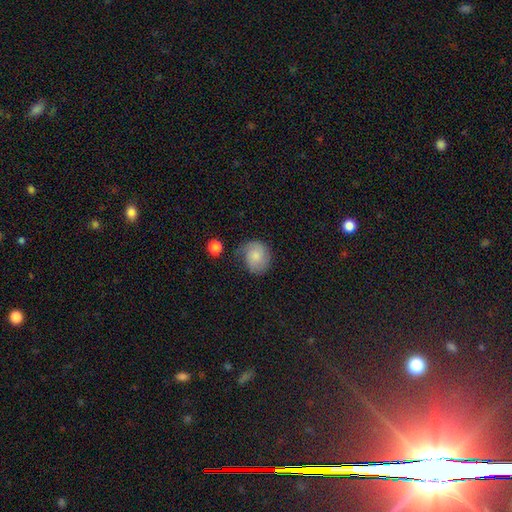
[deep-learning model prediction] smooth_or_featured: smooth (p=0.66) [alt: featured or disk p=0.26]
how_rounded: round (p=0.72) [alt: in between p=0.27]
merging: none (p=0.52) [alt: minor disturbance p=0.30]